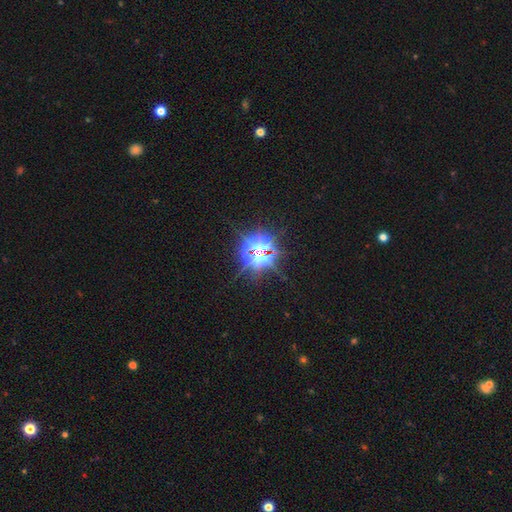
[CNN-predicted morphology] Smooth or featured? Predicted: star or artifact (p=0.78).